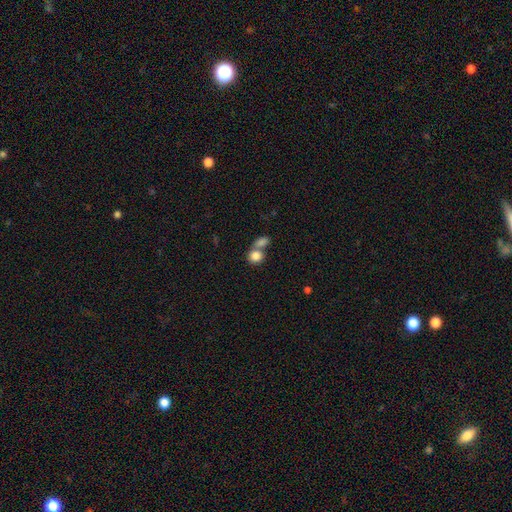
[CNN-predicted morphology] smooth_or_featured: smooth (p=0.84) [alt: star or artifact p=0.09]
how_rounded: round (p=0.73) [alt: in between p=0.26]
merging: merger (p=0.50) [alt: none p=0.39]